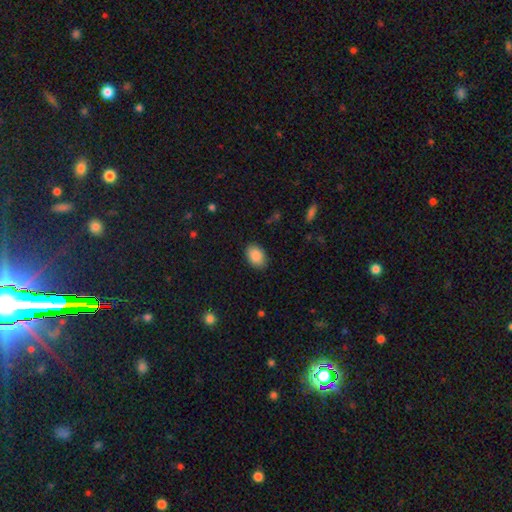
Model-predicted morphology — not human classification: Smooth or featured? Predicted: smooth (p=0.89). How rounded? Predicted: in between (p=0.83). Merging? Predicted: none (p=0.86).